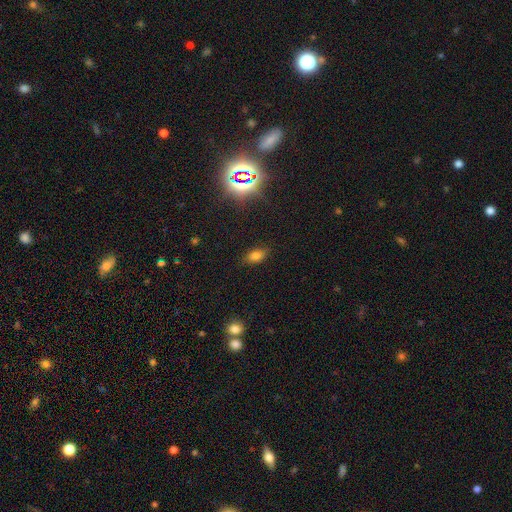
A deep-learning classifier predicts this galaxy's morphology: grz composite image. It shows a smooth galaxy with no disk features (74%) that is in between round and cigar-shaped (87%). Merging: none (81%).